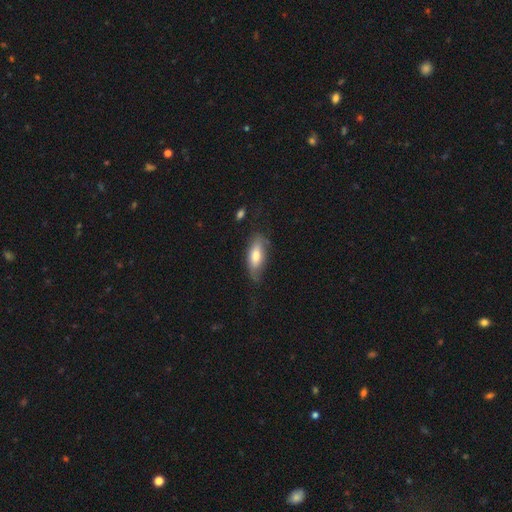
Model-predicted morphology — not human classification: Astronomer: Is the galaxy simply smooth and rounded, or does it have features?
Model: smooth — 68%.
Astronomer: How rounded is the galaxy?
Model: in between — 69%.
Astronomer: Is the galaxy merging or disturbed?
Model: none — 63%.